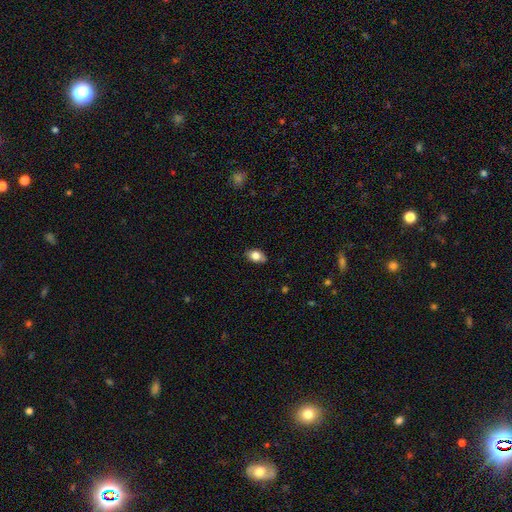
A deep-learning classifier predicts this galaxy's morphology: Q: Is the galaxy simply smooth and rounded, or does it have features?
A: smooth — 78%.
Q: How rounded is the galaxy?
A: in between — 81%.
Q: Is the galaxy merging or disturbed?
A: none — 78%.